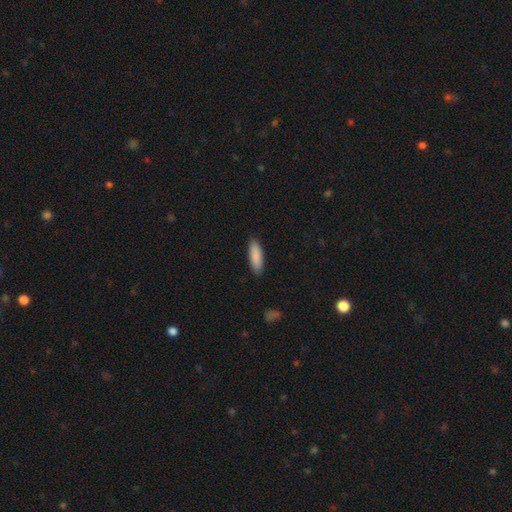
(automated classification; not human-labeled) Smooth or featured?
  - smooth: 89% *
  - star or artifact: 6%
  - featured or disk: 5%
How rounded?
  - in between: 55% *
  - cigar-shaped: 43%
  - round: 1%
Merging?
  - none: 88% *
  - minor disturbance: 10%
  - major disturbance: 2%
  - merger: 1%